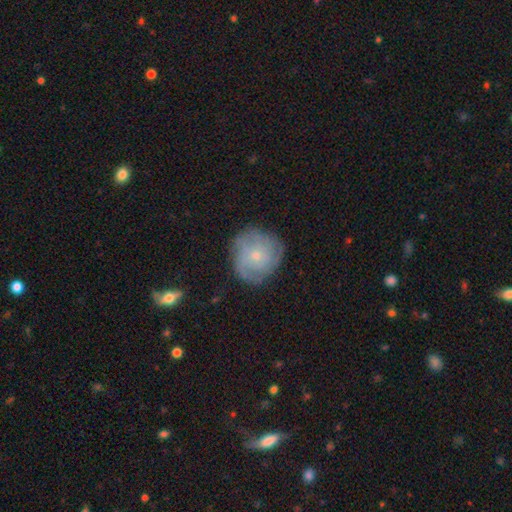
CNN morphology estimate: A featured or disk galaxy (55%) with no bar (83%), spiral arms (78%) and a small central bulge (68%).

Vote fractions:
- Smooth or featured? featured or disk: 55% / smooth: 37% / star or artifact: 8%
- Edge-on disk? no: 97% / yes: 3%
- Bar? no: 83% / weak: 15% / strong: 2%
- Spiral arms? yes: 78% / no: 22%
- Bulge size? small: 68% / moderate: 27% / none: 2% / large: 1% / dominant: 1%
- Merging? none: 75% / minor disturbance: 18% / major disturbance: 6% / merger: 1%